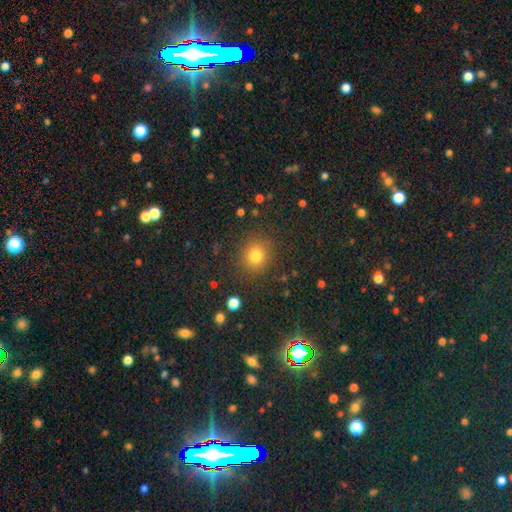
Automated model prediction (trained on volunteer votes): Overall: smooth (79%). How rounded: round (83%). Merging: none (86%).